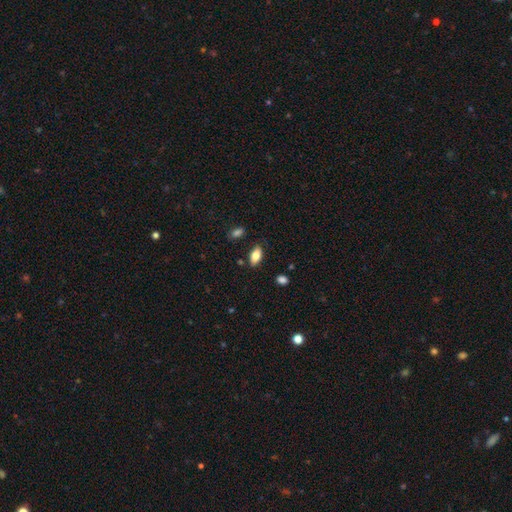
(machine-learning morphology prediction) Smooth or featured?
  - smooth: 77% *
  - featured or disk: 15%
  - star or artifact: 7%
How rounded?
  - in between: 89% *
  - cigar-shaped: 8%
  - round: 3%
Merging?
  - none: 83% *
  - minor disturbance: 12%
  - major disturbance: 3%
  - merger: 2%